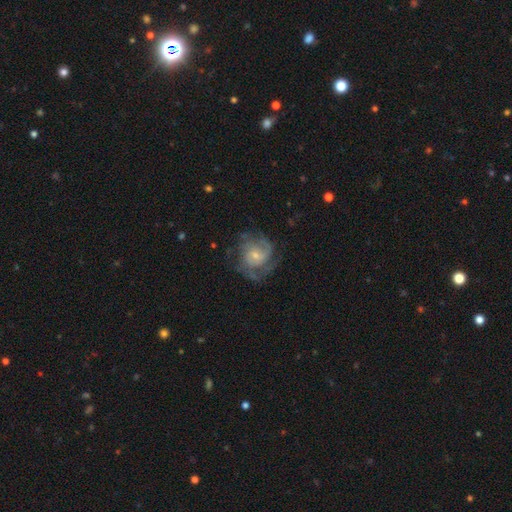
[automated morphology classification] smooth-or-featured: featured or disk: 81% | smooth: 13% | star or artifact: 6%
  disk-edge-on: no: 98% | yes: 2%
    bar: no: 59% | weak: 35% | strong: 6%
    has-spiral-arms: yes: 94% | no: 6%
      spiral-winding: tight: 45% | medium: 42% | loose: 13%
      spiral-arm-count: 2: 31% | can't tell: 26% | 3: 24% | 4: 8% | 1: 6% | more than 4: 5%
    bulge-size: small: 63% | moderate: 30% | none: 3% | large: 2% | dominant: 1%
  merging: none: 65% | minor disturbance: 19% | major disturbance: 14% | merger: 1%